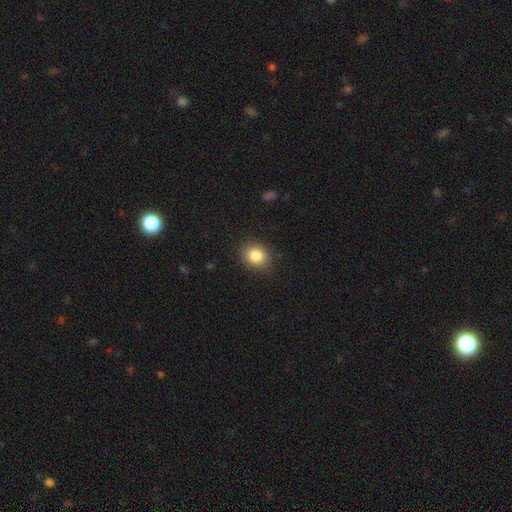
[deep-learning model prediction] Smooth or featured?
  - smooth: 84% *
  - star or artifact: 10%
  - featured or disk: 6%
How rounded?
  - round: 63% *
  - in between: 36%
  - cigar-shaped: 1%
Merging?
  - none: 87% *
  - minor disturbance: 9%
  - major disturbance: 3%
  - merger: 1%